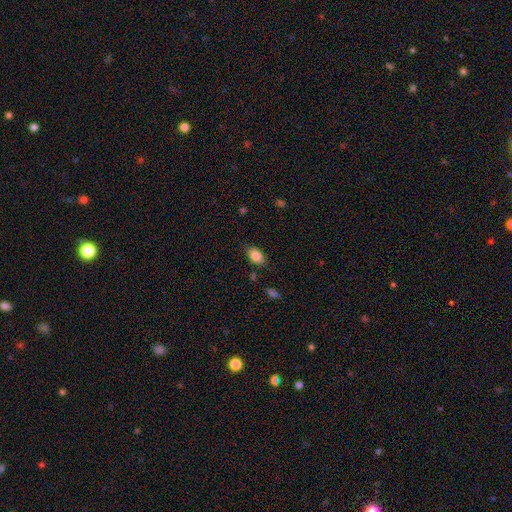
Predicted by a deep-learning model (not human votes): smooth_or_featured: smooth (p=0.87) [alt: star or artifact p=0.08]
how_rounded: in between (p=0.87) [alt: round p=0.11]
merging: none (p=0.78) [alt: minor disturbance p=0.15]